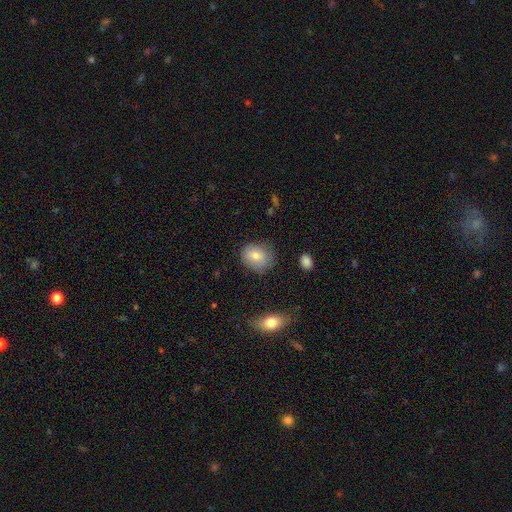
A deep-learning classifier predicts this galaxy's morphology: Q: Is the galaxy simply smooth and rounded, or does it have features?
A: smooth — 76%.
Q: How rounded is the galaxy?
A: round — 58%.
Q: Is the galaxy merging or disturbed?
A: none — 75%.